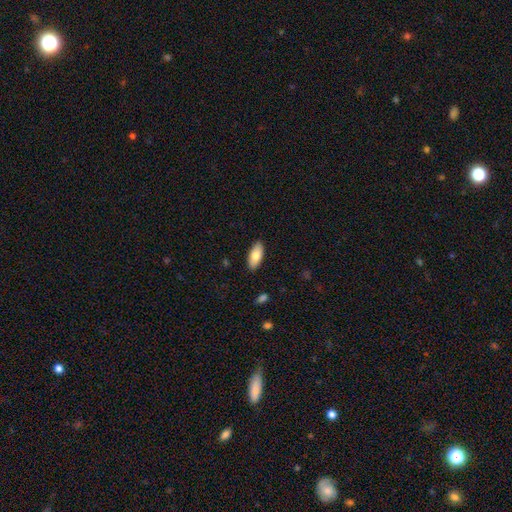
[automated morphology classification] This appears to be a smooth galaxy with no disk features (81%) that is in between round and cigar-shaped (87%). Merging: none (89%).